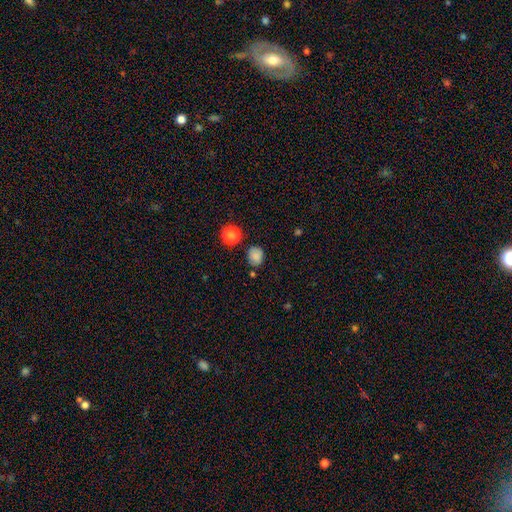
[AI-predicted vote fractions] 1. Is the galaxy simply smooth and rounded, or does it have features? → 80% smooth, 12% star or artifact, 8% featured or disk.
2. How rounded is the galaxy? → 64% round, 35% in between, 1% cigar-shaped.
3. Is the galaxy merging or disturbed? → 76% none, 16% minor disturbance, 4% merger, 4% major disturbance.